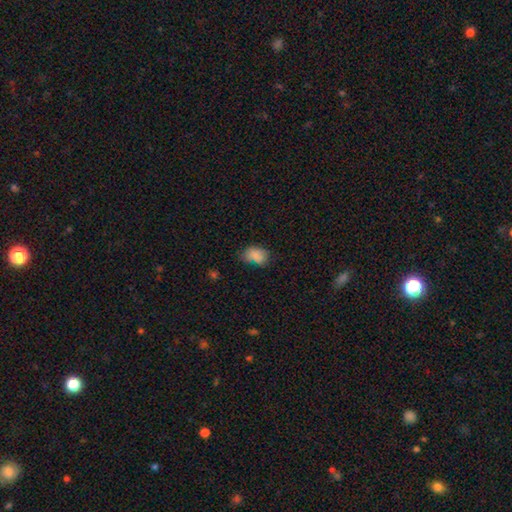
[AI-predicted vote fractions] Smooth or featured? Predicted: smooth (p=0.84). How rounded? Predicted: in between (p=0.77). Merging? Predicted: none (p=0.57).